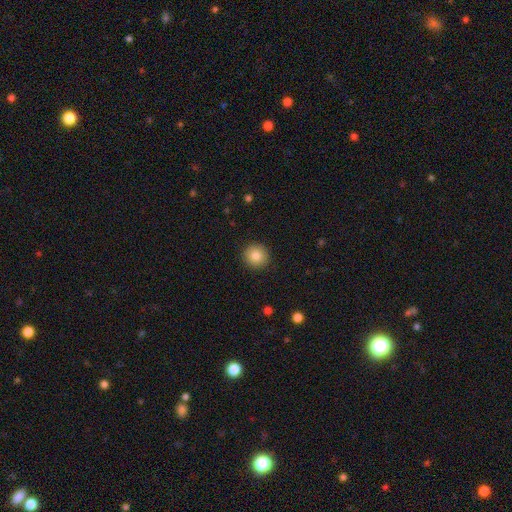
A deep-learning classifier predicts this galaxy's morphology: The model was most divided on "smooth or featured": smooth: 84%, star or artifact: 9%, featured or disk: 6%. More confident: how rounded — round (93%); merging — none (91%).